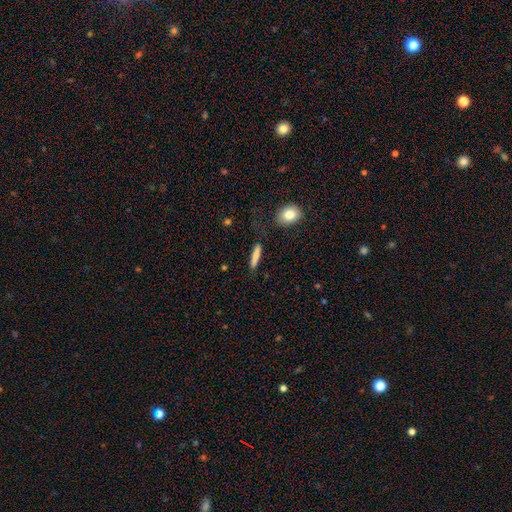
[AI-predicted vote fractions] Smooth or featured: smooth — 76% (featured or disk — 17%)
How rounded: cigar-shaped — 84% (in between — 14%)
Merging: none — 81% (minor disturbance — 12%)